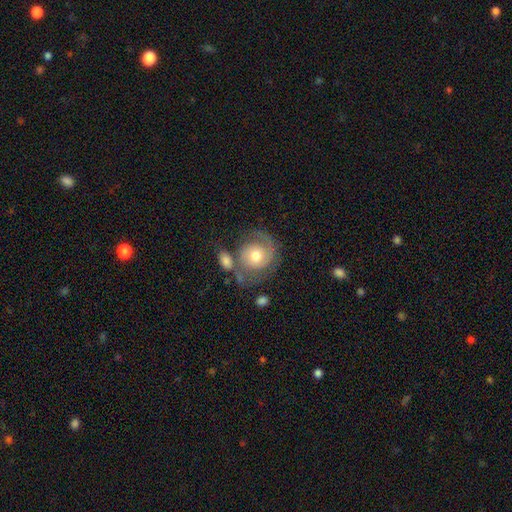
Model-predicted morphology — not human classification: featured or disk 64%, smooth 30%, star or artifact 7%. Down the decision tree: edge-on disk — no (97%); bar — no (74%); spiral arms — yes (87%); spiral arm count — 2 (66%); spiral winding — medium (42%); bulge size — moderate (72%); merging — none (51%).